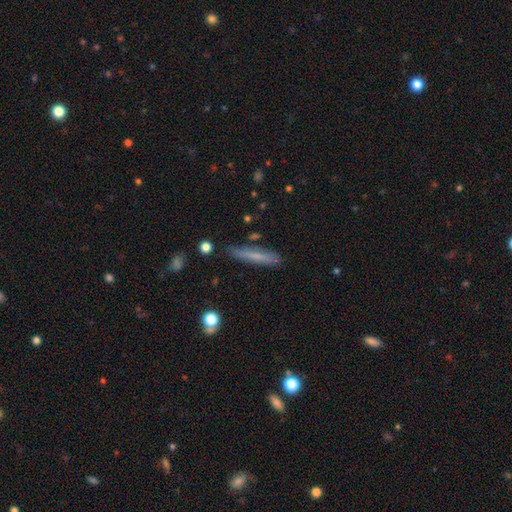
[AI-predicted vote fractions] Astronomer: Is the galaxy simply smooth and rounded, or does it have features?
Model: smooth — 67%.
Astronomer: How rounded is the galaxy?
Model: cigar-shaped — 92%.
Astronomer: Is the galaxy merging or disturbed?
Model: none — 84%.